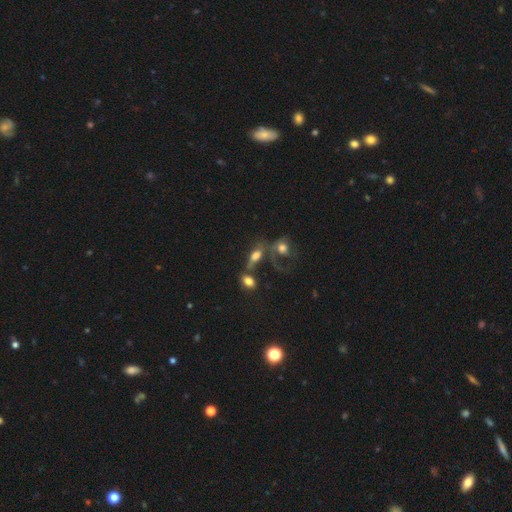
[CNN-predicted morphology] Q: Smooth or featured?
A: smooth (56%); runner-up: featured or disk (31%)
Q: How rounded?
A: in between (74%); runner-up: cigar-shaped (14%)
Q: Merging?
A: merger (42%); runner-up: none (28%)